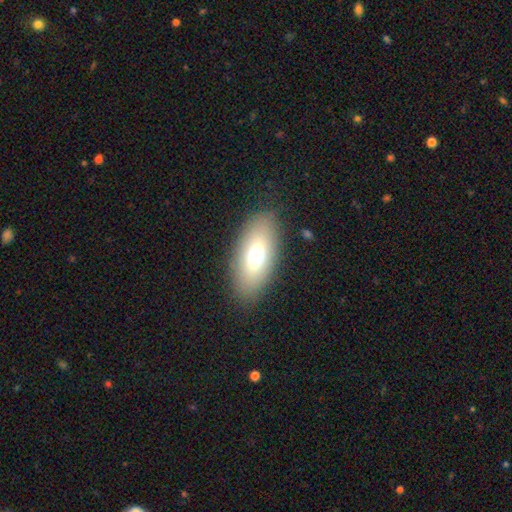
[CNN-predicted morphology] type=smooth (67%); roundness=in between (87%); merging=none (85%).